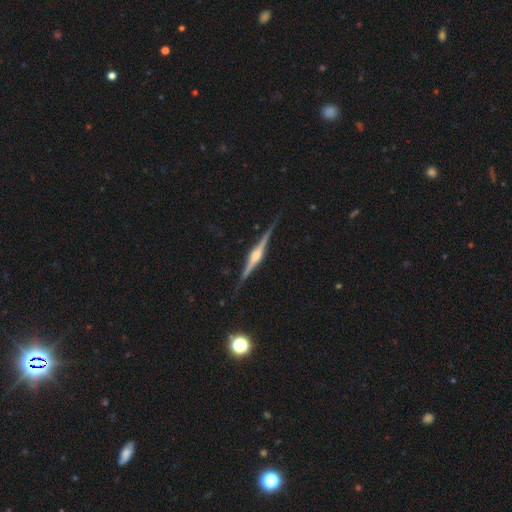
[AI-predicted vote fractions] This appears to be a featured or disk galaxy (87%) viewed edge-on (98%) with a rounded central bulge (89%). Merging: none (88%).